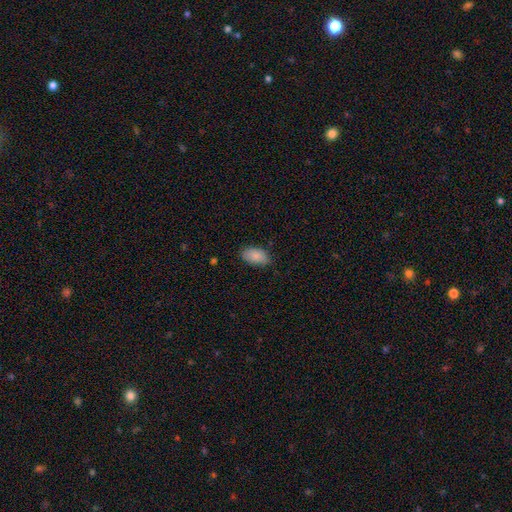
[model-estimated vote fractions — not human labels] smooth-or-featured: smooth: 86% | featured or disk: 7% | star or artifact: 7%
  how-rounded: in between: 94% | round: 4% | cigar-shaped: 2%
  merging: none: 75% | minor disturbance: 20% | major disturbance: 3% | merger: 1%